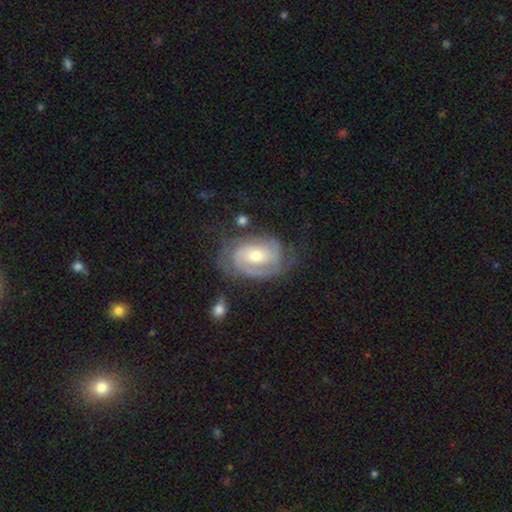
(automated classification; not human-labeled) A featured or disk galaxy (84%) with no bar (52%), 2 (53%) tight (57%) spiral arms (94%) and a moderate central bulge (61%).

Vote fractions:
- Smooth or featured? featured or disk: 84% / smooth: 11% / star or artifact: 5%
- Edge-on disk? no: 97% / yes: 3%
- Bar? no: 52% / weak: 38% / strong: 10%
- Spiral arms? yes: 94% / no: 6%
- Spiral winding? tight: 57% / medium: 33% / loose: 10%
- Spiral arm count? 2: 53% / can't tell: 20% / 3: 12% / 1: 10% / 4: 3% / more than 4: 2%
- Bulge size? moderate: 61% / small: 31% / large: 6% / none: 1% / dominant: 1%
- Merging? none: 58% / minor disturbance: 23% / major disturbance: 16% / merger: 3%